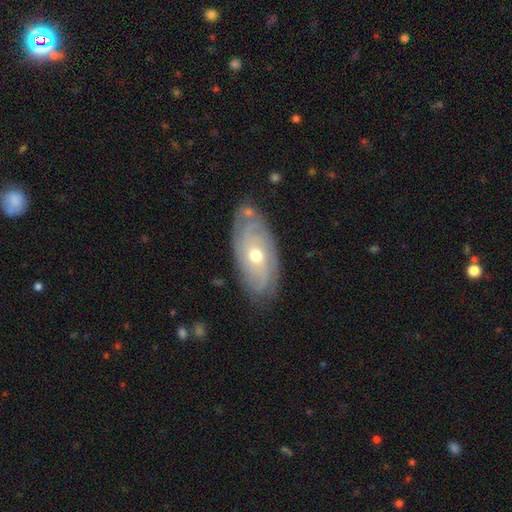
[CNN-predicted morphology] smooth-or-featured: featured or disk: 73% | smooth: 21% | star or artifact: 7%
  disk-edge-on: no: 91% | yes: 9%
    bar: no: 79% | weak: 18% | strong: 3%
    has-spiral-arms: yes: 86% | no: 14%
      spiral-winding: tight: 68% | medium: 24% | loose: 8%
      spiral-arm-count: can't tell: 46% | 2: 18% | 3: 17% | 4: 11% | more than 4: 5% | 1: 4%
    bulge-size: moderate: 61% | small: 34% | large: 3% | dominant: 1% | none: 1%
  merging: none: 77% | minor disturbance: 16% | major disturbance: 4% | merger: 3%